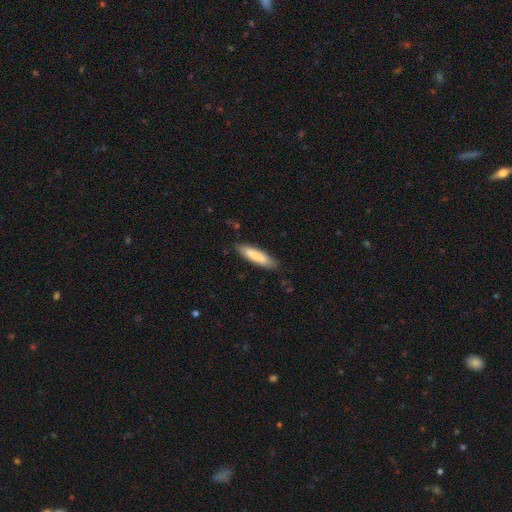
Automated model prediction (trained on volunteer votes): Morphology: type=smooth (83%); roundness=cigar-shaped (75%); merging=none (84%).